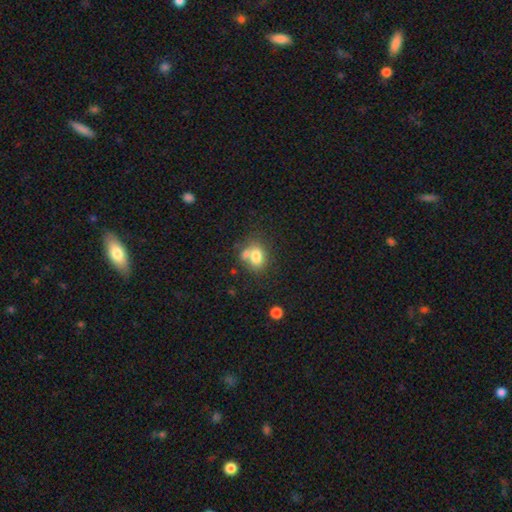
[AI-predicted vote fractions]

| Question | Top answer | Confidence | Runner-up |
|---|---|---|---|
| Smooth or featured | smooth | 77% | featured or disk (13%) |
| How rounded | in between | 63% | round (36%) |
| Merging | none | 44% | merger (36%) |